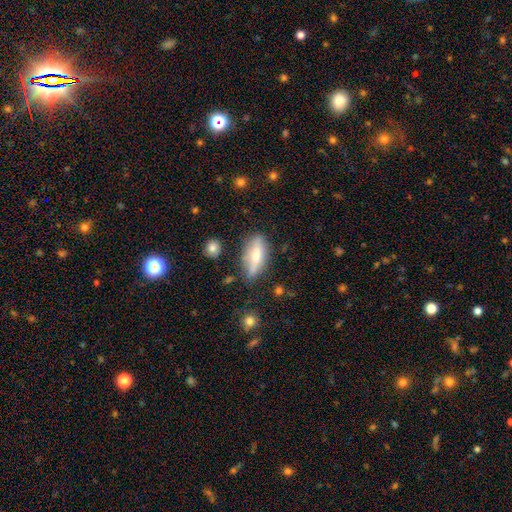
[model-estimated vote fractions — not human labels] A smooth galaxy with no disk features (56%) that is in between round and cigar-shaped (62%). Merging: none (72%).